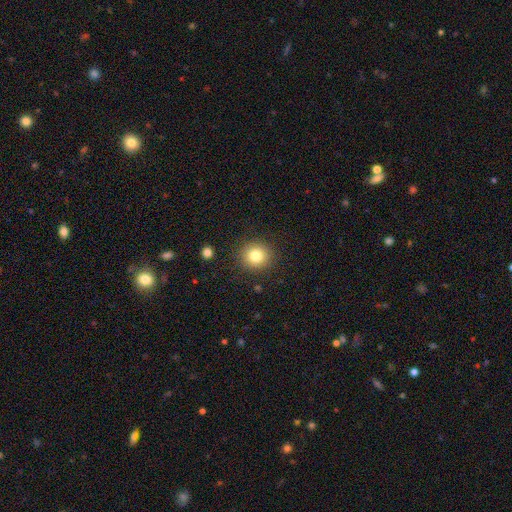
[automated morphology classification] Smooth or featured? Predicted: smooth (p=0.81). How rounded? Predicted: round (p=0.89). Merging? Predicted: none (p=0.89).